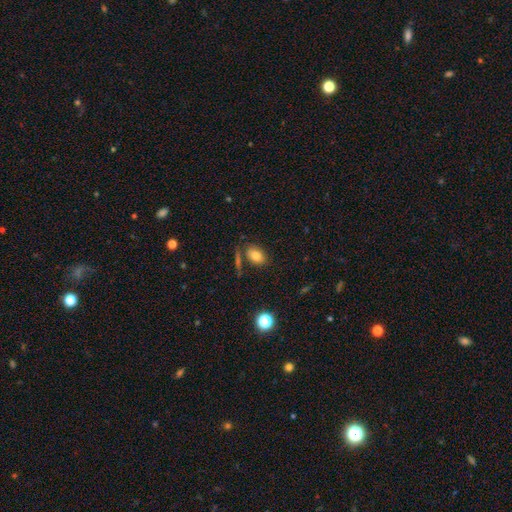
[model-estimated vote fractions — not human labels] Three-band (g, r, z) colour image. It shows a smooth galaxy with no disk features (79%) that is in between round and cigar-shaped (85%). Merging: none (73%).